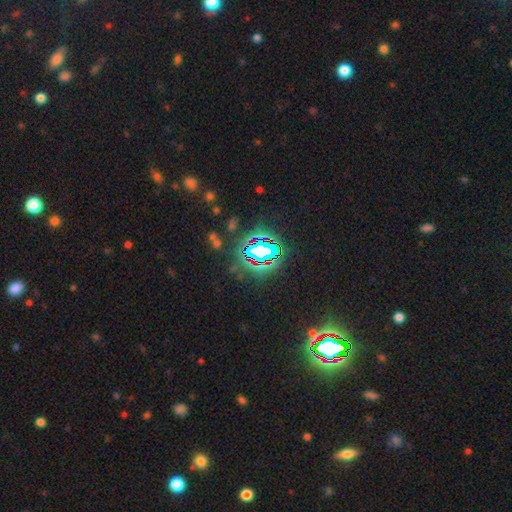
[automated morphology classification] This is clearly a star or artifact rather than a galaxy (81%).